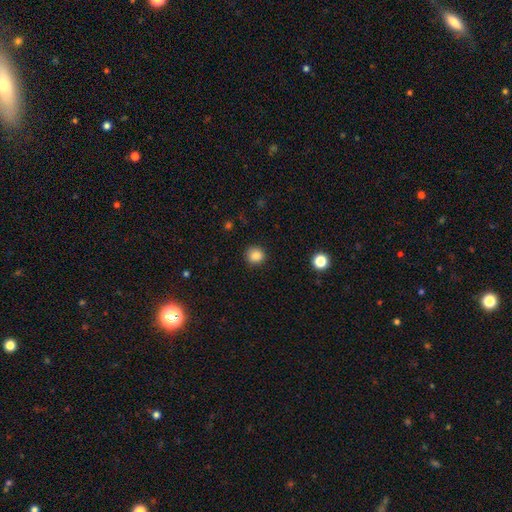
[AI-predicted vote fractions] Smooth or featured?
  - smooth: 85% *
  - star or artifact: 11%
  - featured or disk: 4%
How rounded?
  - round: 90% *
  - in between: 9%
  - cigar-shaped: 1%
Merging?
  - none: 90% *
  - minor disturbance: 7%
  - major disturbance: 2%
  - merger: 1%